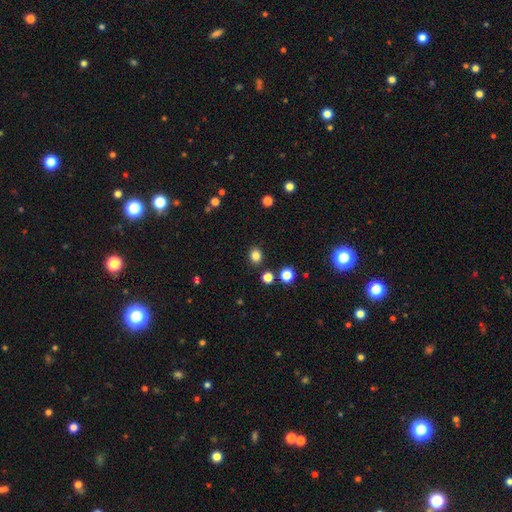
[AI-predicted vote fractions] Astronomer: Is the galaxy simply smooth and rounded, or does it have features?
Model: smooth — 82%.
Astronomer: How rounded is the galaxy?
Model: round — 63%.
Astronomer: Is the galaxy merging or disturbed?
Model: none — 86%.